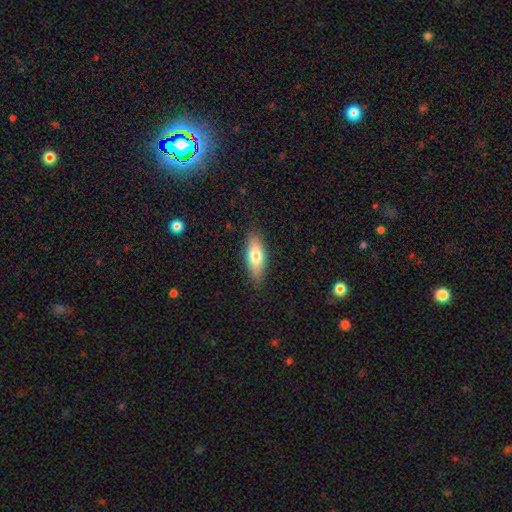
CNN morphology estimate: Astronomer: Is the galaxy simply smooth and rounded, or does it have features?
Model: smooth — 72%.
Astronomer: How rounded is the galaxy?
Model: in between — 68%.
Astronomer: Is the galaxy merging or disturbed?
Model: none — 87%.